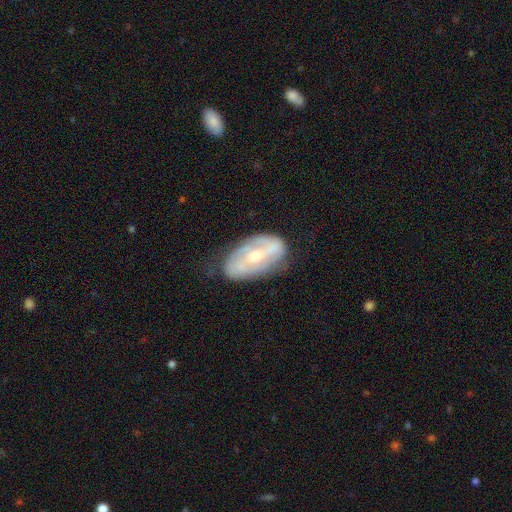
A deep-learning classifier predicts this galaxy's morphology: A featured or disk galaxy (74%) with a weak bar (40%), 2 (67%) medium (39%) spiral arms (83%) and a moderate central bulge (54%).

Vote fractions:
- Smooth or featured? featured or disk: 74% / smooth: 20% / star or artifact: 6%
- Edge-on disk? no: 94% / yes: 6%
- Bar? weak: 40% / no: 38% / strong: 22%
- Spiral arms? yes: 83% / no: 17%
- Spiral winding? medium: 39% / tight: 38% / loose: 23%
- Spiral arm count? 2: 67% / can't tell: 21% / 3: 5% / 1: 4% / 4: 2% / more than 4: 2%
- Bulge size? moderate: 54% / small: 40% / large: 3% / none: 2% / dominant: 1%
- Merging? none: 67% / minor disturbance: 23% / major disturbance: 8% / merger: 2%